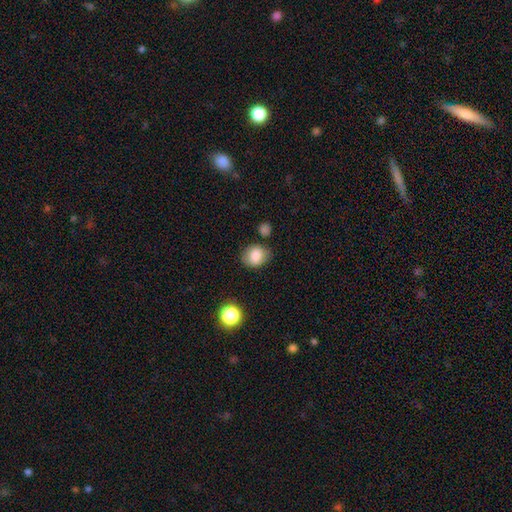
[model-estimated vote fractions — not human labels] Overall: smooth (83%). How rounded: round (61%; in between 38%). Merging: none (71%).